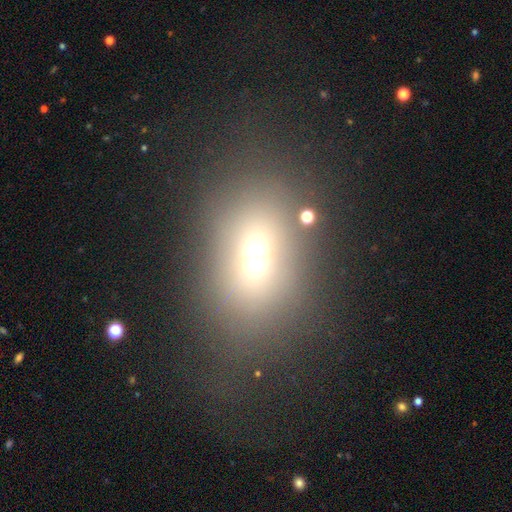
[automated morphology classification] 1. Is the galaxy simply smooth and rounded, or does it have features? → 63% smooth, 21% star or artifact, 16% featured or disk.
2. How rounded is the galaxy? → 65% in between, 33% round, 2% cigar-shaped.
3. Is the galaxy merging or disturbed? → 68% none, 14% minor disturbance, 12% major disturbance, 6% merger.